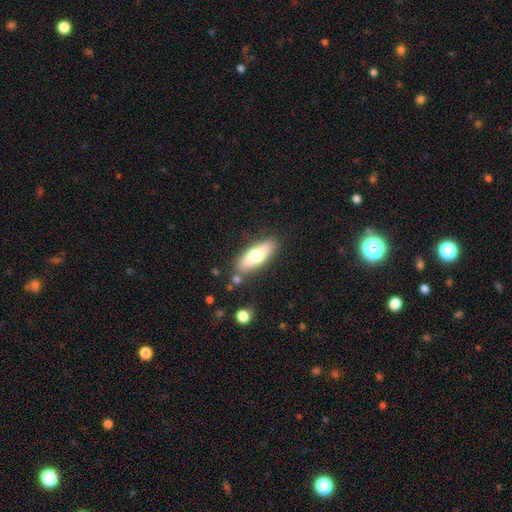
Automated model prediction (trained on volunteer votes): This appears to be a smooth galaxy with no disk features (64%) that is in between round and cigar-shaped (62%). Merging: none (80%).